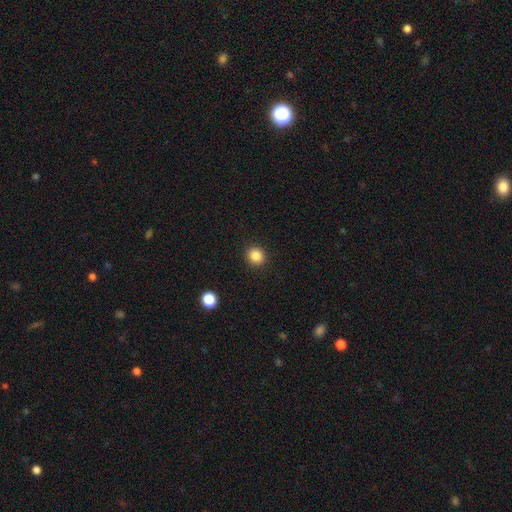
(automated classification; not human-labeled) A smooth galaxy with no disk features (86%) that is round (83%). Merging: none (91%).